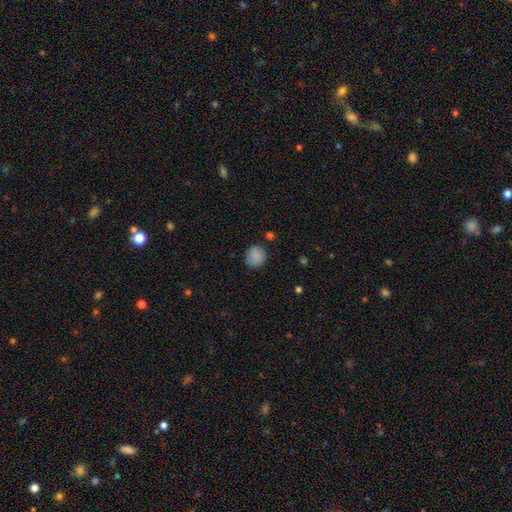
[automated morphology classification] Overall: smooth (86%). How rounded: round (87%). Merging: none (83%).